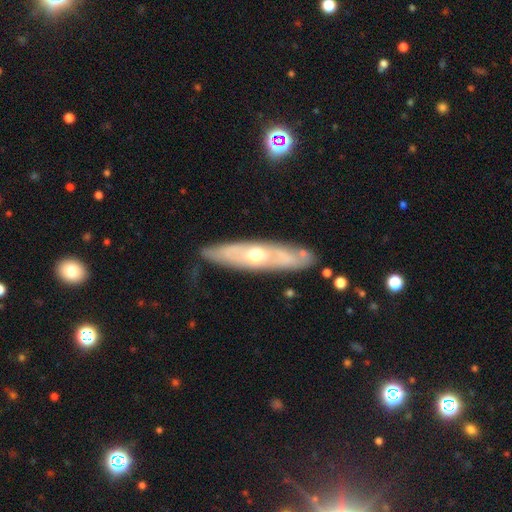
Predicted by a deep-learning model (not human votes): Smooth or featured? Predicted: featured or disk (p=0.61). Edge-on disk? Predicted: no (p=0.55). Merging? Predicted: none (p=0.82).